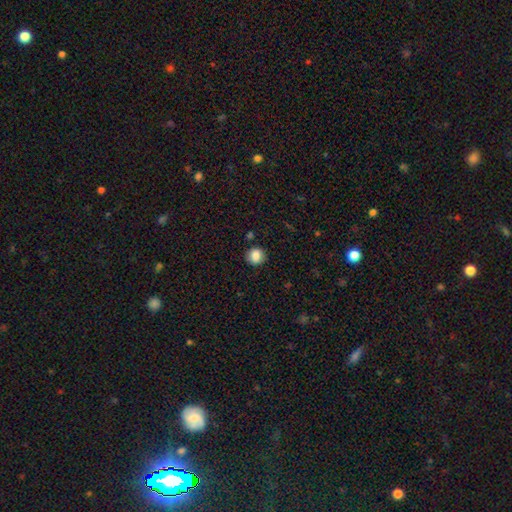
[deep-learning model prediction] smooth-or-featured: smooth: 85% | star or artifact: 10% | featured or disk: 5%
  how-rounded: round: 88% | in between: 11% | cigar-shaped: 1%
  merging: none: 88% | minor disturbance: 8% | major disturbance: 2% | merger: 2%